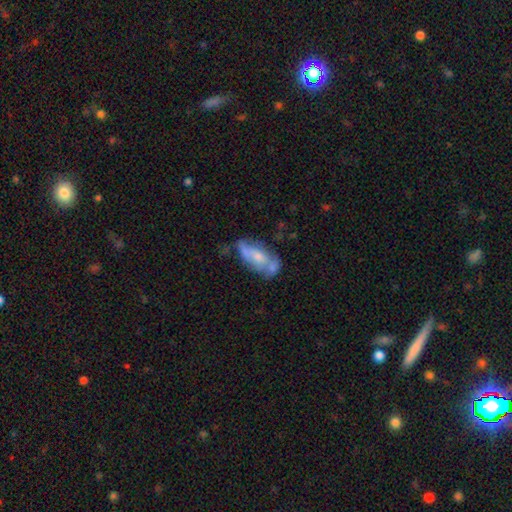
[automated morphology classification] Smooth or featured? smooth (48%)
Merging? merger (32%)